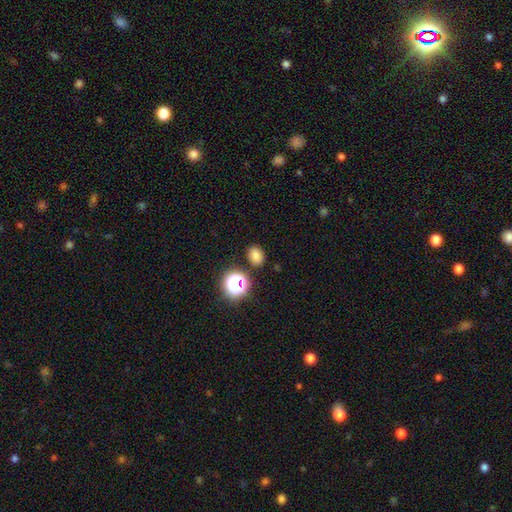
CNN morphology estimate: Q: Smooth or featured?
A: smooth (77%); runner-up: star or artifact (17%)
Q: How rounded?
A: in between (58%); runner-up: round (41%)
Q: Merging?
A: none (84%); runner-up: minor disturbance (9%)